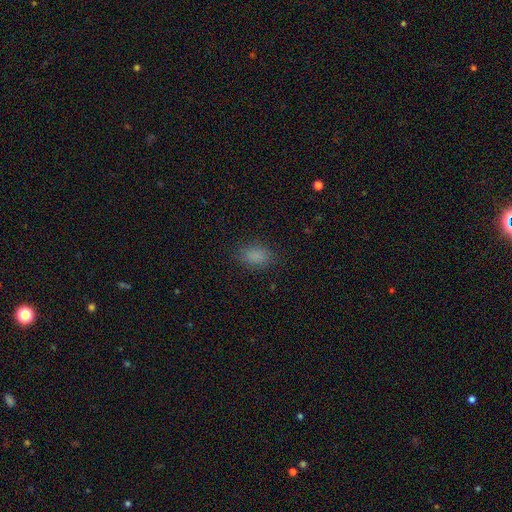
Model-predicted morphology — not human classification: A smooth galaxy with no disk features (84%) that is in between round and cigar-shaped (85%). Merging: none (83%).